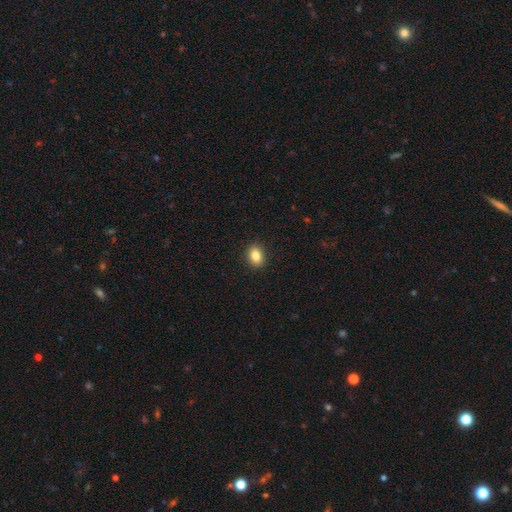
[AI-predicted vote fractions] Q: Smooth or featured?
A: smooth (84%); runner-up: star or artifact (10%)
Q: How rounded?
A: in between (64%); runner-up: round (35%)
Q: Merging?
A: none (90%); runner-up: minor disturbance (7%)